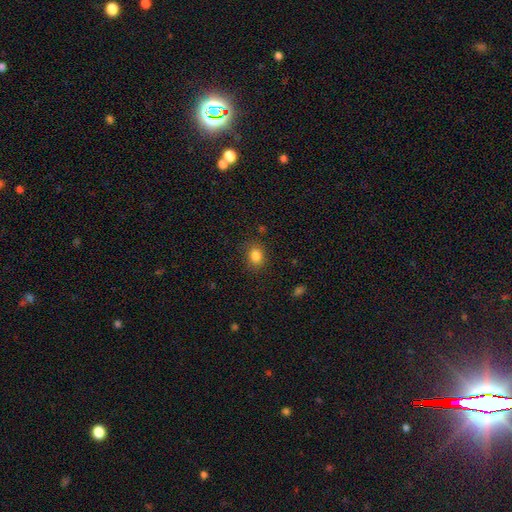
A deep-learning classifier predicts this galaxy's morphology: Smooth or featured? smooth (84%)
How rounded? in between (54%)
Merging? none (82%)